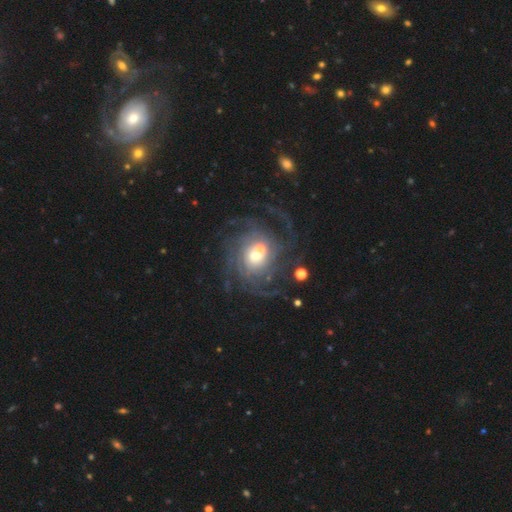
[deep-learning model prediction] This appears to be a featured or disk galaxy (83%) with no bar (73%), tight (53%) spiral arms (95%) and a moderate central bulge (45%). Merging: none (51%).